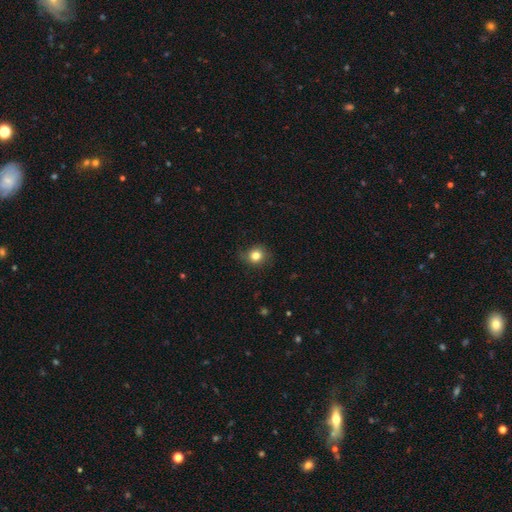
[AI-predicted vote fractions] Smooth or featured? smooth (82%)
How rounded? round (82%)
Merging? none (78%)